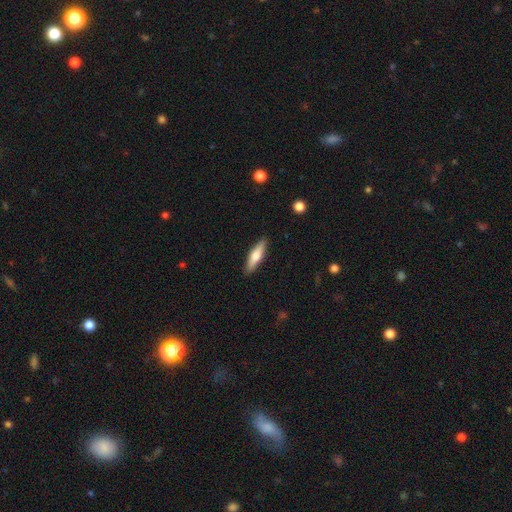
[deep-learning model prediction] A smooth galaxy with no disk features (58%) that is cigar-shaped (71%).

Vote fractions:
- Smooth or featured? smooth: 58% / featured or disk: 37% / star or artifact: 5%
- How rounded? cigar-shaped: 71% / in between: 27% / round: 2%
- Merging? none: 90% / minor disturbance: 7% / major disturbance: 2% / merger: 1%